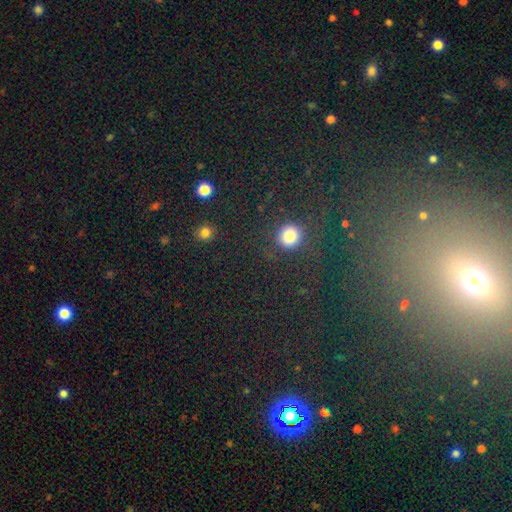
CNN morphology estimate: smooth 47%, star or artifact 45%, featured or disk 8%. Down the decision tree: merging — none (85%).